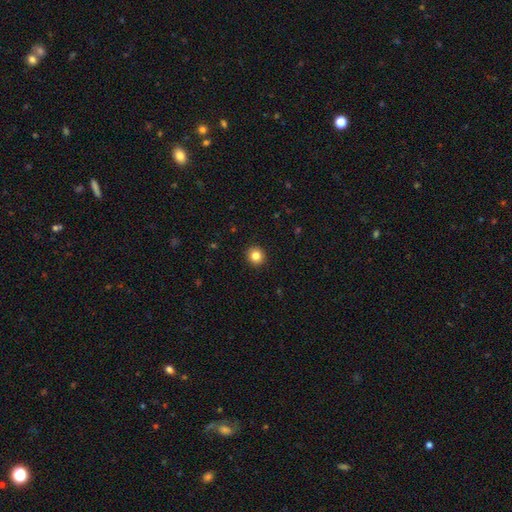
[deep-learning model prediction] smooth_or_featured: smooth (p=0.83) [alt: star or artifact p=0.11]
how_rounded: round (p=0.91) [alt: in between p=0.08]
merging: none (p=0.93) [alt: minor disturbance p=0.05]